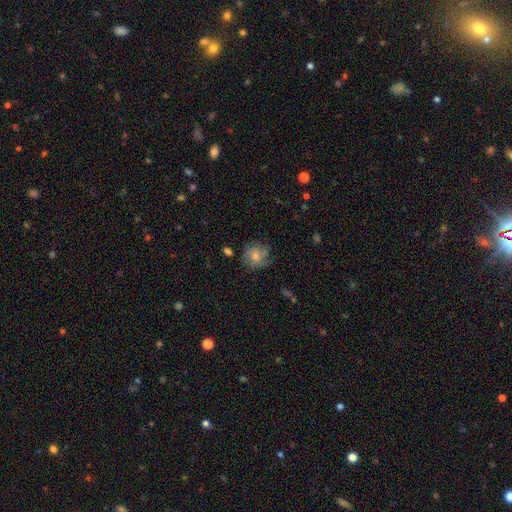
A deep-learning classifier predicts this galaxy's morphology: Smooth or featured?
  - smooth: 63% *
  - featured or disk: 27%
  - star or artifact: 10%
How rounded?
  - round: 78% *
  - in between: 21%
  - cigar-shaped: 1%
Merging?
  - none: 63% *
  - minor disturbance: 25%
  - major disturbance: 10%
  - merger: 2%